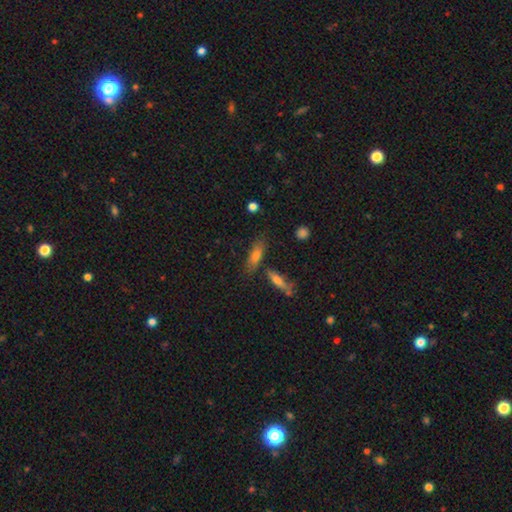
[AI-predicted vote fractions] The model was most divided on "how rounded": in between: 54%, cigar-shaped: 43%, round: 3%. More confident: smooth or featured — smooth (69%); merging — none (66%).